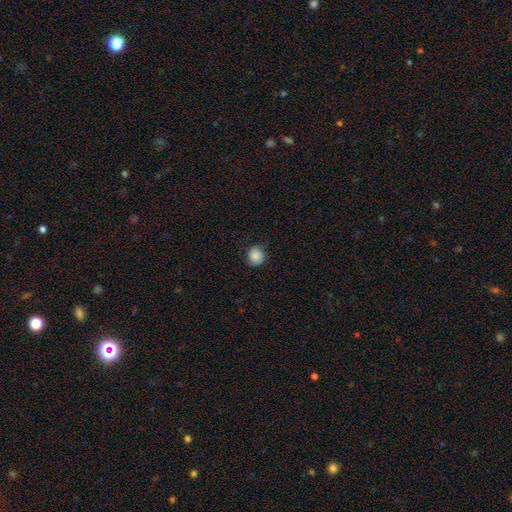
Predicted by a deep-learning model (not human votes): smooth-or-featured: smooth: 80% | featured or disk: 12% | star or artifact: 9%
  how-rounded: round: 84% | in between: 15% | cigar-shaped: 1%
  merging: none: 78% | minor disturbance: 16% | major disturbance: 4% | merger: 1%